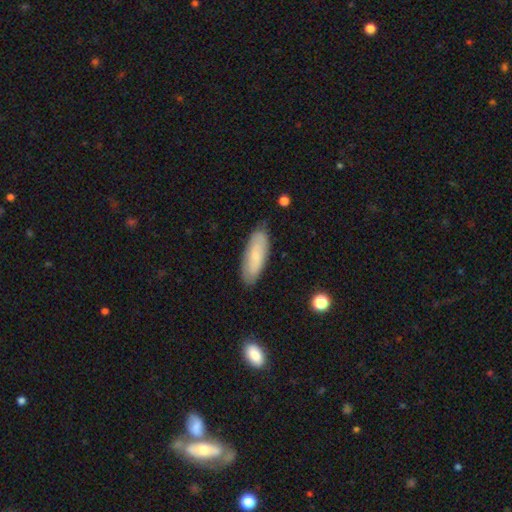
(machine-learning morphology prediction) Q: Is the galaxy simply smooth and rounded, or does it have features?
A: smooth — 72%.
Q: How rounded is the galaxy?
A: in between — 64%.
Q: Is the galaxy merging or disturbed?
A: none — 82%.